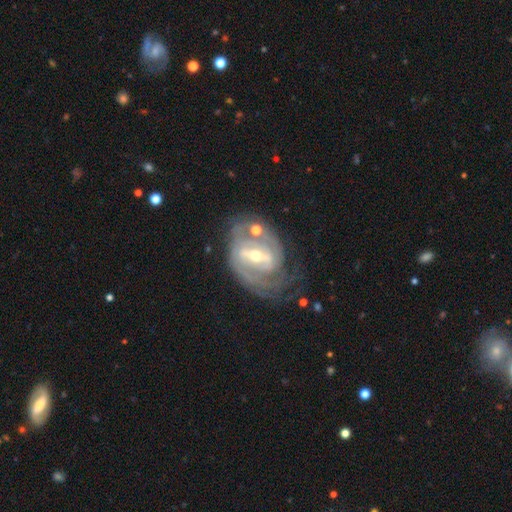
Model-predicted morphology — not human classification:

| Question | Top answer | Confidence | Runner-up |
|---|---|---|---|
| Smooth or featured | featured or disk | 87% | smooth (8%) |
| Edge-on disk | no | 96% | yes (4%) |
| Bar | strong | 59% | weak (31%) |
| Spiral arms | yes | 89% | no (11%) |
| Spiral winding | tight | 54% | medium (35%) |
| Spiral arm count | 2 | 55% | can't tell (23%) |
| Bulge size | moderate | 48% | small (47%) |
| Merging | none | 56% | minor disturbance (21%) |